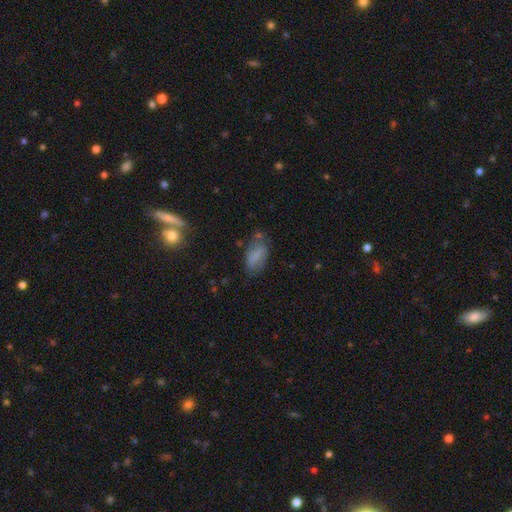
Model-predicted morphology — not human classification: Smooth or featured? Predicted: smooth (p=0.68). How rounded? Predicted: in between (p=0.87). Merging? Predicted: none (p=0.57).